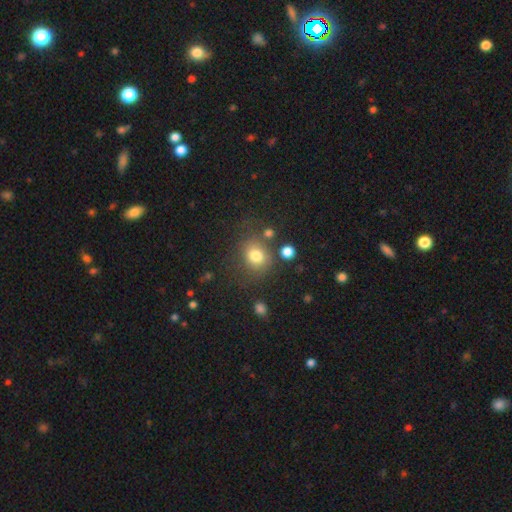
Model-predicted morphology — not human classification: Smooth or featured?
  - smooth: 77% *
  - star or artifact: 14%
  - featured or disk: 9%
How rounded?
  - round: 73% *
  - in between: 26%
  - cigar-shaped: 1%
Merging?
  - none: 69% *
  - minor disturbance: 15%
  - major disturbance: 8%
  - merger: 8%